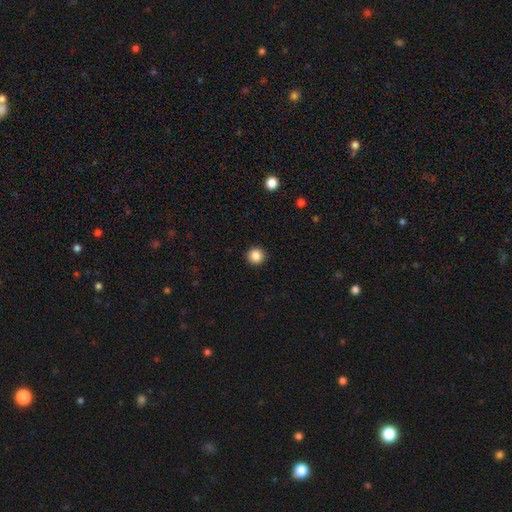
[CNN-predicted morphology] Overall: smooth (87%). How rounded: round (96%). Merging: none (93%).